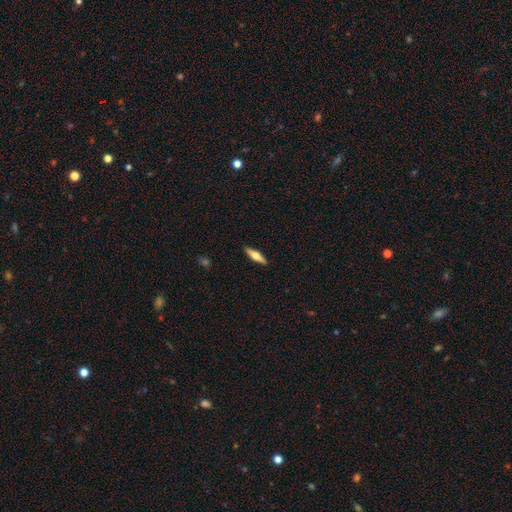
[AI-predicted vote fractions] Q: Smooth or featured?
A: featured or disk (50%); runner-up: smooth (45%)
Q: Merging?
A: none (91%); runner-up: minor disturbance (7%)